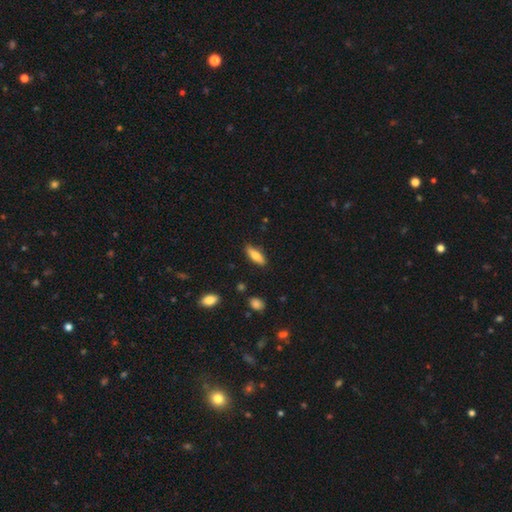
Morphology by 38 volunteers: Smooth or featured? smooth (76%)
How rounded? in between (69%)
Merging? none (83%)